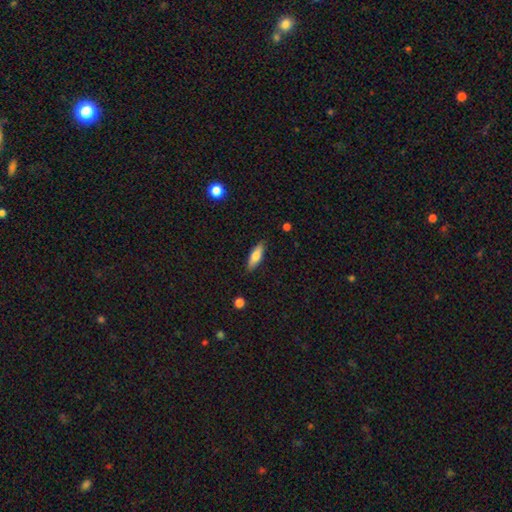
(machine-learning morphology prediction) Smooth or featured: smooth — 75% (featured or disk — 19%)
How rounded: in between — 55% (cigar-shaped — 43%)
Merging: none — 86% (minor disturbance — 11%)